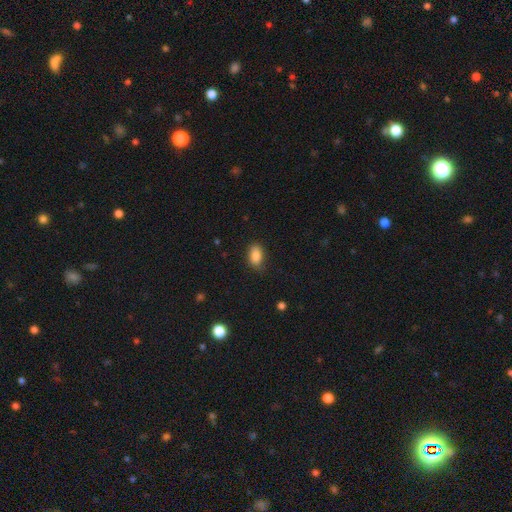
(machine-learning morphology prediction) smooth_or_featured: smooth (p=0.86) [alt: star or artifact p=0.08]
how_rounded: in between (p=0.89) [alt: round p=0.09]
merging: none (p=0.82) [alt: minor disturbance p=0.14]